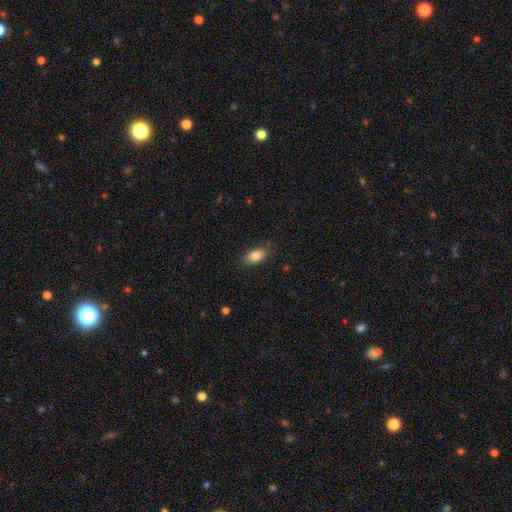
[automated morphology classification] smooth 84%, featured or disk 8%, star or artifact 8%. Down the decision tree: how rounded — in between (89%); merging — none (81%).